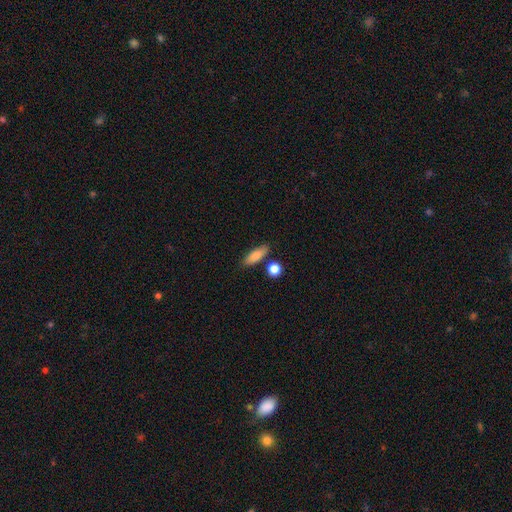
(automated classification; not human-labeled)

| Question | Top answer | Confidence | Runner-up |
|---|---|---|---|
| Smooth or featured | smooth | 79% | featured or disk (13%) |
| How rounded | in between | 57% | cigar-shaped (38%) |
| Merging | none | 79% | minor disturbance (12%) |